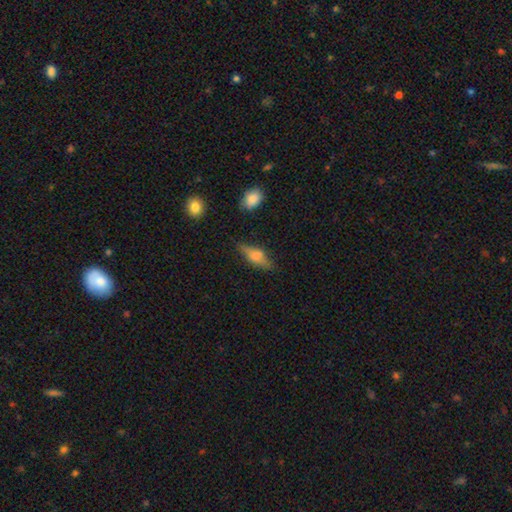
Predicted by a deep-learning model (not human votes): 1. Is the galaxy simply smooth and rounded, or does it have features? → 47% smooth, 44% featured or disk, 9% star or artifact.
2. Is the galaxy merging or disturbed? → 70% none, 20% minor disturbance, 7% major disturbance, 3% merger.